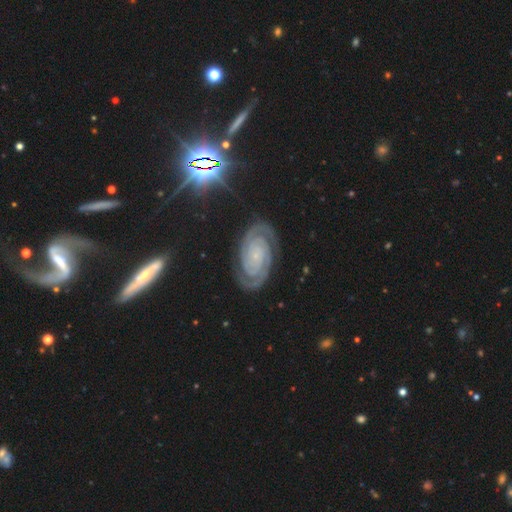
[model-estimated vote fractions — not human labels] The model was most divided on "bar": no: 71%, weak: 20%, strong: 9%. More confident: spiral arms — yes (98%); edge-on disk — no (97%); smooth or featured — featured or disk (87%); spiral winding — tight (81%); merging — none (80%); bulge size — small (78%); spiral arm count — 2 (73%).